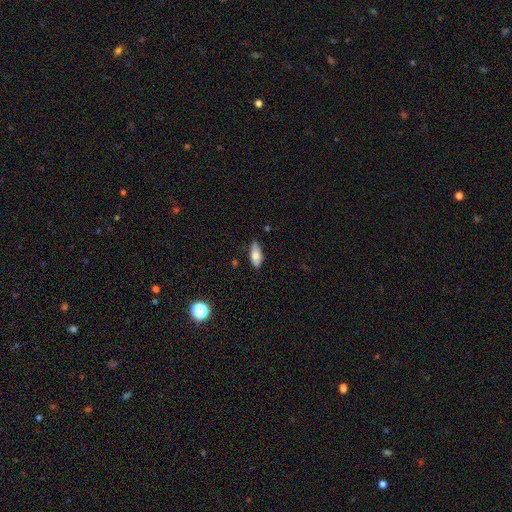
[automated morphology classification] smooth-or-featured: smooth: 77% | featured or disk: 16% | star or artifact: 7%
  how-rounded: in between: 81% | cigar-shaped: 16% | round: 3%
  merging: none: 79% | minor disturbance: 17% | major disturbance: 3% | merger: 2%